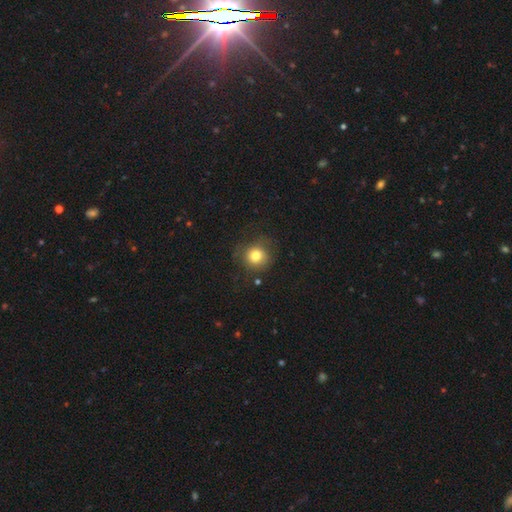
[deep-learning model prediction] A smooth galaxy with no disk features (79%) that is round (90%). Merging: none (77%).